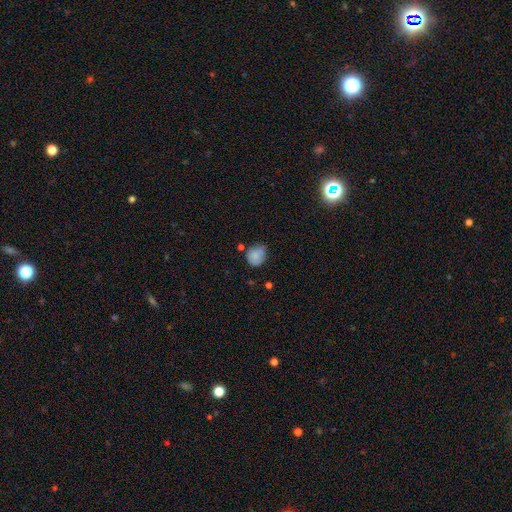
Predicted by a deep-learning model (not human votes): Overall: smooth (79%). How rounded: round (58%; in between 41%). Merging: none (50%; minor disturbance 35%).